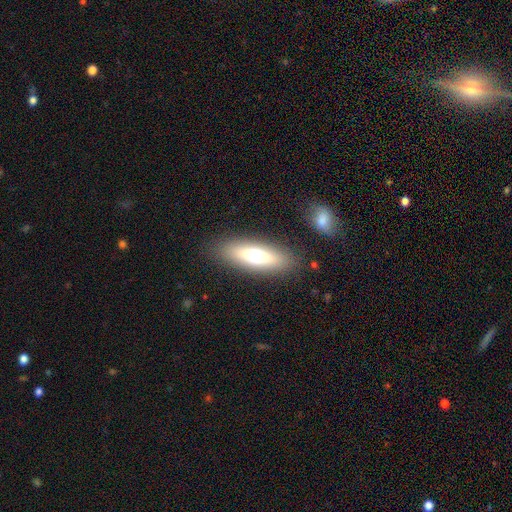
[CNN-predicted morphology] smooth-or-featured: smooth: 62% | featured or disk: 30% | star or artifact: 9%
  how-rounded: in between: 56% | cigar-shaped: 41% | round: 3%
  merging: none: 85% | minor disturbance: 9% | major disturbance: 4% | merger: 2%